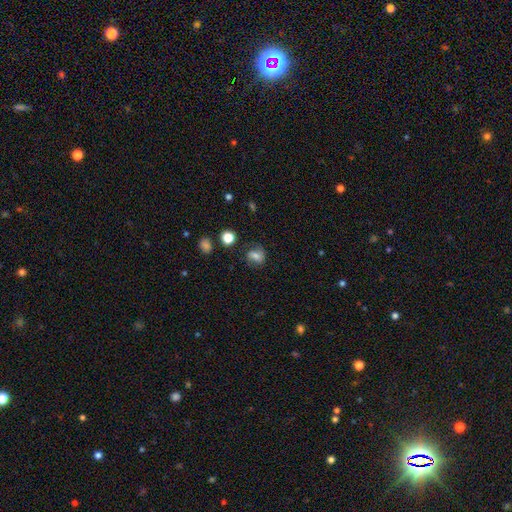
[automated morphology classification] Overall: smooth (56%; featured or disk 31%). How rounded: round (59%; in between 39%). Merging: none (70%).